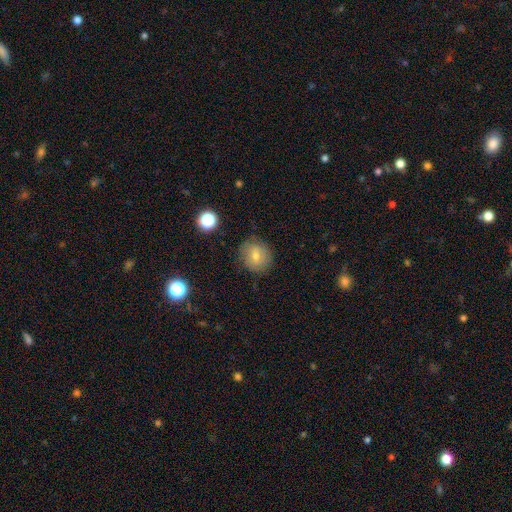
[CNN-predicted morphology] smooth-or-featured: smooth: 69% | featured or disk: 19% | star or artifact: 12%
  how-rounded: round: 80% | in between: 19% | cigar-shaped: 1%
  merging: none: 84% | minor disturbance: 12% | major disturbance: 3% | merger: 1%